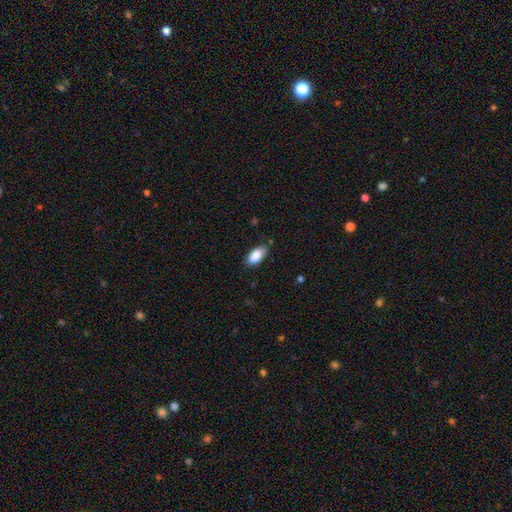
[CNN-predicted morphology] The model was most divided on "merging": none: 76%, minor disturbance: 19%, major disturbance: 3%, merger: 2%. More confident: how rounded — in between (91%); smooth or featured — smooth (87%).